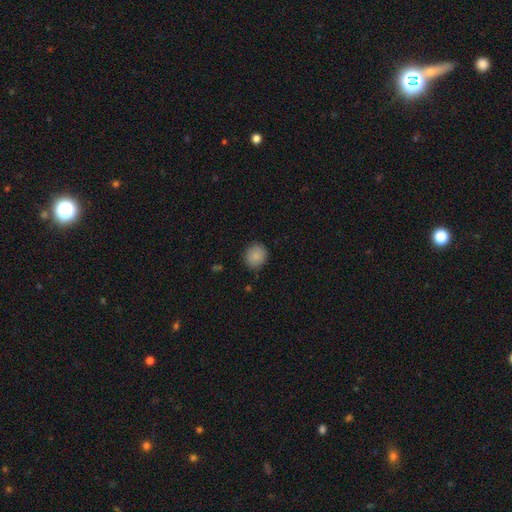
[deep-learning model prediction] Overall: smooth (86%). How rounded: round (84%). Merging: none (86%).